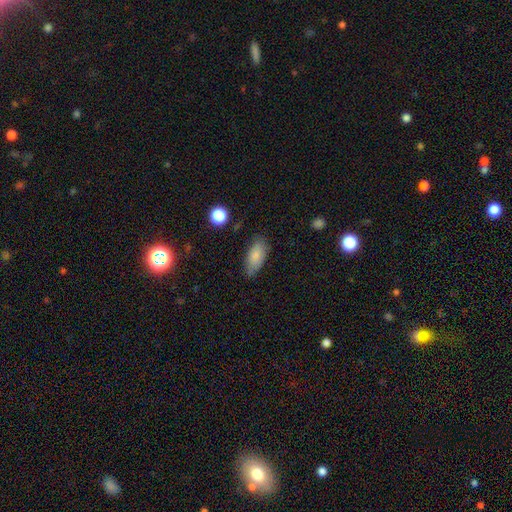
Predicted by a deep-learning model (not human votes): Smooth or featured?
  - smooth: 83% *
  - featured or disk: 10%
  - star or artifact: 7%
How rounded?
  - in between: 87% *
  - cigar-shaped: 10%
  - round: 3%
Merging?
  - none: 74% *
  - minor disturbance: 20%
  - major disturbance: 4%
  - merger: 2%